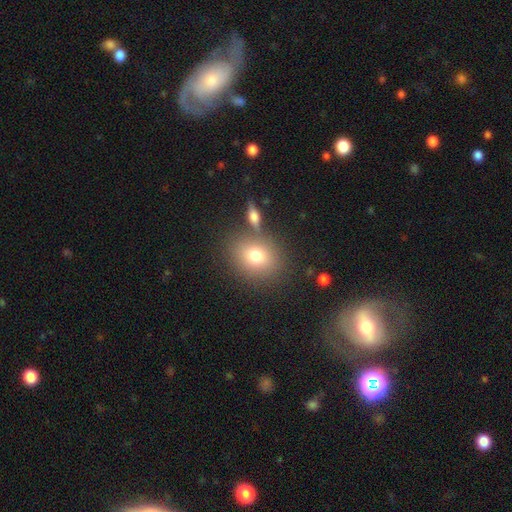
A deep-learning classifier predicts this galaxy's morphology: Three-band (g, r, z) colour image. It shows a smooth galaxy with no disk features (75%) that is round (54%). Merging: none (71%).